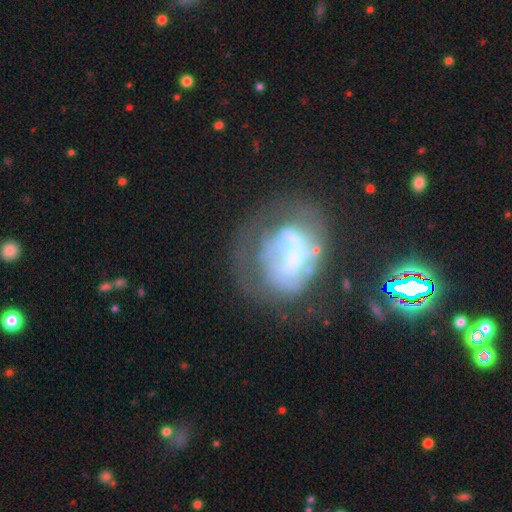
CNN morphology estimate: This is likely a featured or disk galaxy (63%). It is clearly not viewed edge-on (95%). Bar: marginally no (35%). Spiral arm pattern: possibly yes (58%). Central bulge: marginally small (40%). Merging: possibly none (55%).